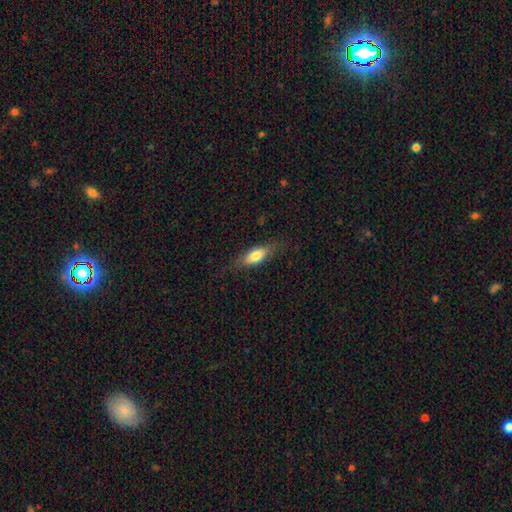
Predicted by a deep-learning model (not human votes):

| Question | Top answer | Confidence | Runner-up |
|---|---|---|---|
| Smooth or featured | smooth | 70% | featured or disk (24%) |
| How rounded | in between | 65% | cigar-shaped (32%) |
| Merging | none | 76% | minor disturbance (17%) |